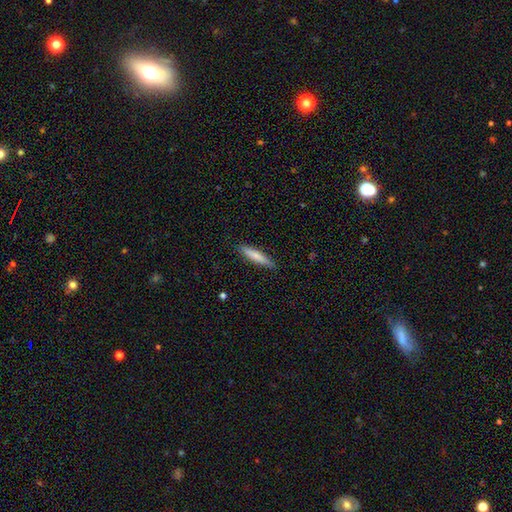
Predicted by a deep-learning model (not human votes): A smooth galaxy with no disk features (76%) that is cigar-shaped (89%).

Vote fractions:
- Smooth or featured? smooth: 76% / featured or disk: 19% / star or artifact: 6%
- How rounded? cigar-shaped: 89% / in between: 10% / round: 1%
- Merging? none: 88% / minor disturbance: 9% / major disturbance: 2% / merger: 1%